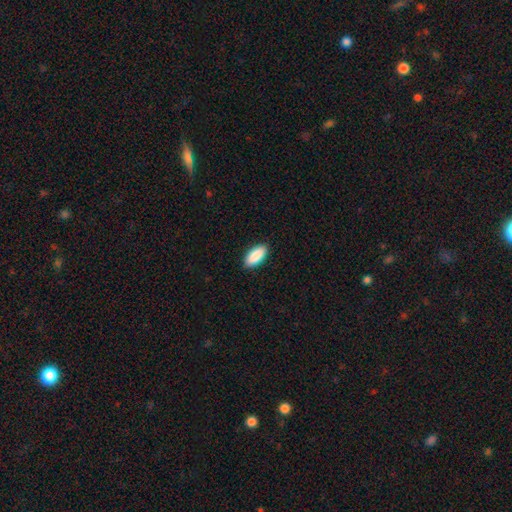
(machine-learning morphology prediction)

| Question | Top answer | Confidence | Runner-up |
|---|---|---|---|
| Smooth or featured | smooth | 90% | star or artifact (6%) |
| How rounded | in between | 89% | cigar-shaped (9%) |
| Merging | none | 90% | minor disturbance (8%) |